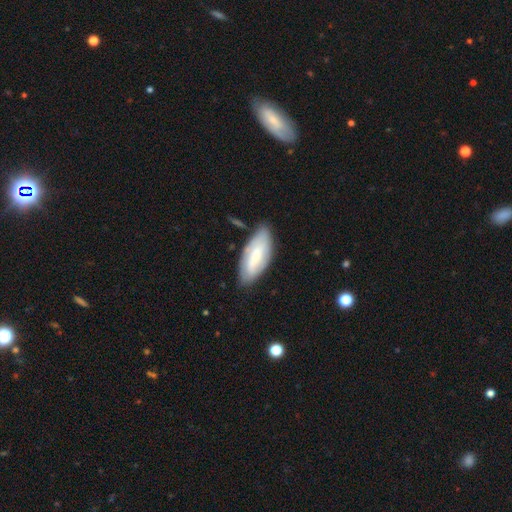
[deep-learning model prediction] This appears to be a smooth galaxy with no disk features (56%) that is in between round and cigar-shaped (82%). Merging: none (74%).